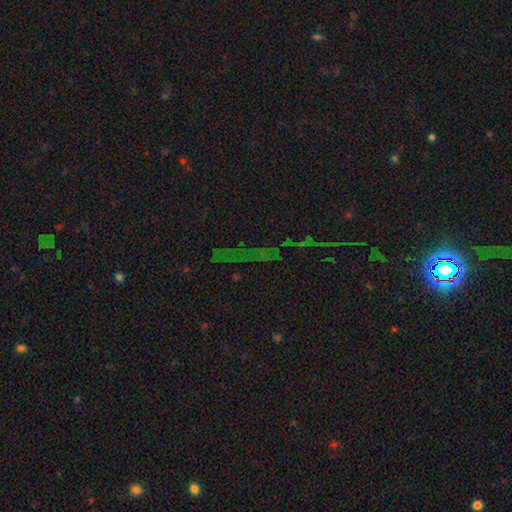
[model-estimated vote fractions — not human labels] smooth-or-featured: star or artifact: 76% | smooth: 13% | featured or disk: 11%